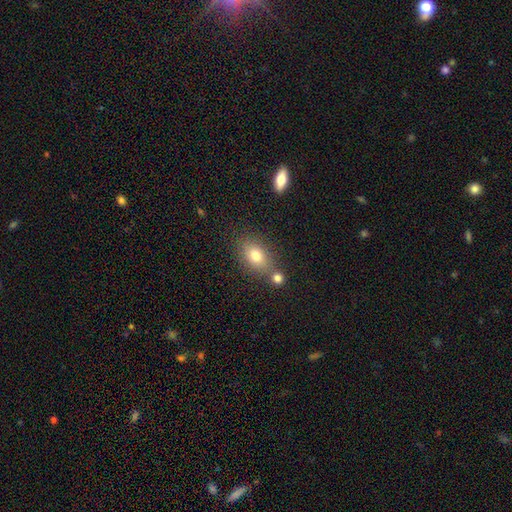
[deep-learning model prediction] Q: Smooth or featured?
A: smooth (77%); runner-up: featured or disk (12%)
Q: How rounded?
A: in between (73%); runner-up: round (25%)
Q: Merging?
A: none (63%); runner-up: merger (21%)